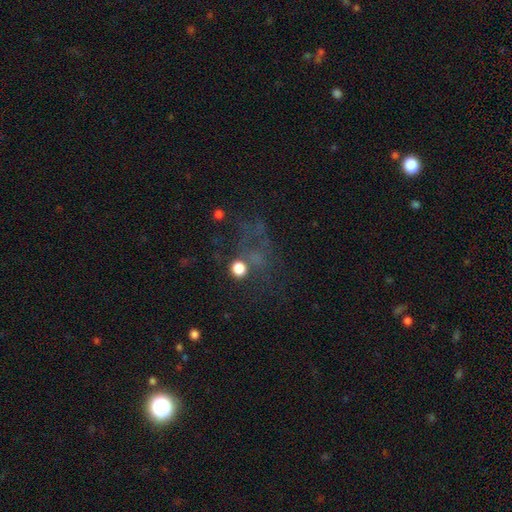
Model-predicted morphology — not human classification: Smooth or featured? Predicted: star or artifact (p=0.44).